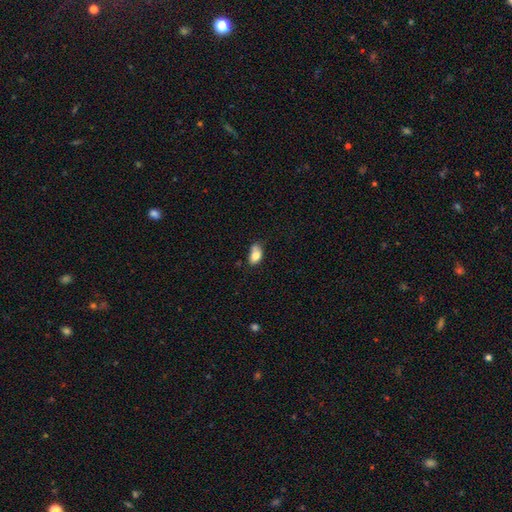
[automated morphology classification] Q: Smooth or featured?
A: smooth (78%); runner-up: featured or disk (13%)
Q: How rounded?
A: in between (86%); runner-up: round (12%)
Q: Merging?
A: none (43%); runner-up: minor disturbance (34%)